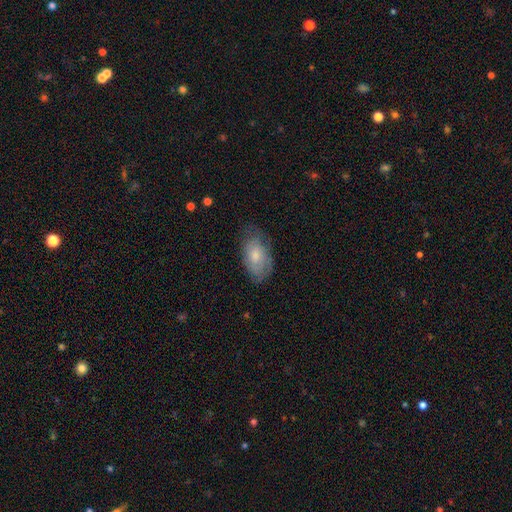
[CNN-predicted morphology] smooth-or-featured: smooth: 63% | featured or disk: 31% | star or artifact: 7%
  how-rounded: in between: 92% | round: 6% | cigar-shaped: 2%
  merging: none: 64% | minor disturbance: 26% | major disturbance: 8% | merger: 1%